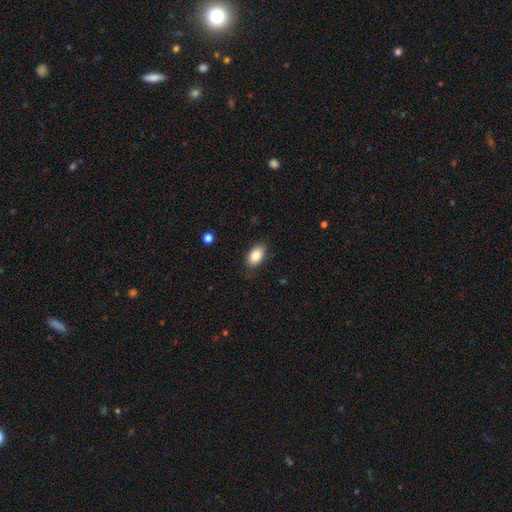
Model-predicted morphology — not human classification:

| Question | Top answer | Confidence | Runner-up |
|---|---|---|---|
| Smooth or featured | smooth | 85% | star or artifact (8%) |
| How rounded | in between | 91% | round (7%) |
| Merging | none | 83% | minor disturbance (13%) |